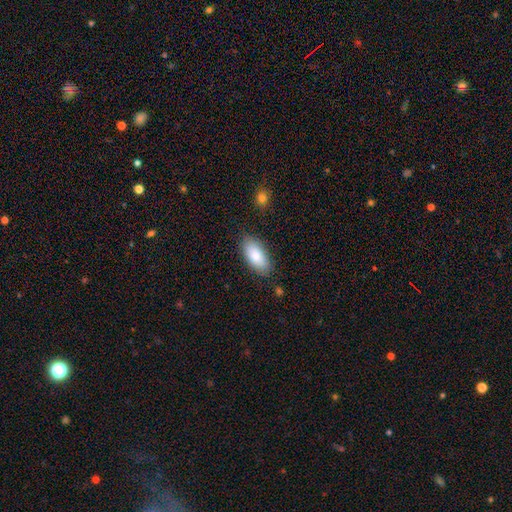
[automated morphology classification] Smooth or featured?
  - smooth: 84% *
  - featured or disk: 10%
  - star or artifact: 6%
How rounded?
  - in between: 92% *
  - cigar-shaped: 6%
  - round: 2%
Merging?
  - none: 84% *
  - minor disturbance: 12%
  - major disturbance: 3%
  - merger: 2%